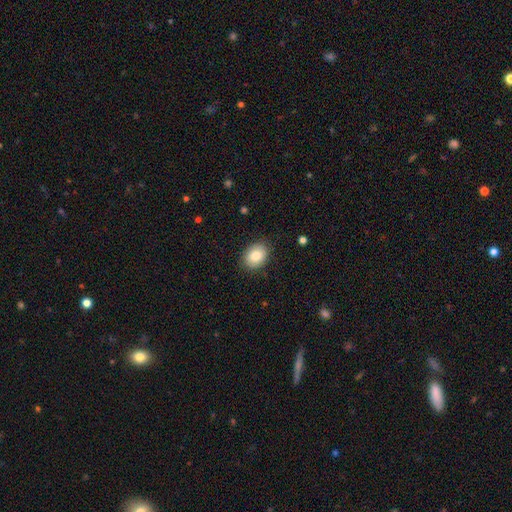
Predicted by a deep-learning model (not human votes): Q: Smooth or featured?
A: smooth (84%); runner-up: featured or disk (8%)
Q: How rounded?
A: in between (70%); runner-up: round (30%)
Q: Merging?
A: none (87%); runner-up: minor disturbance (10%)